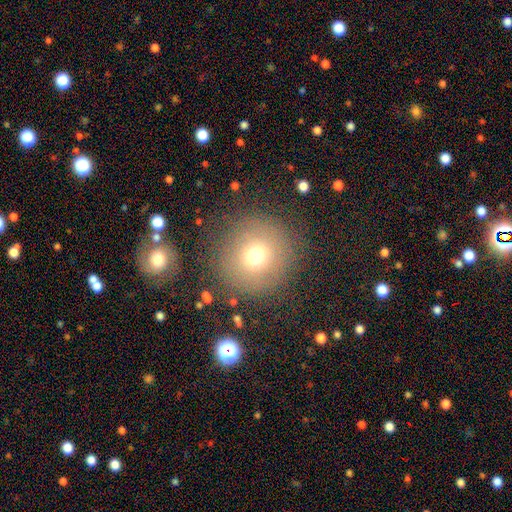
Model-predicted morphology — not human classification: Smooth or featured? Predicted: smooth (p=0.71). How rounded? Predicted: round (p=0.95). Merging? Predicted: none (p=0.83).